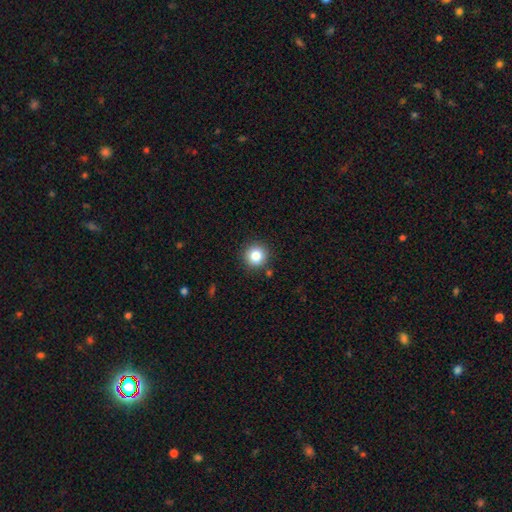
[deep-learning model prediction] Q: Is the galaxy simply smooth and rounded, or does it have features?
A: smooth — 83%.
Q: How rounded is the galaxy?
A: round — 95%.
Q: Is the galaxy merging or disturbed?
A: none — 89%.